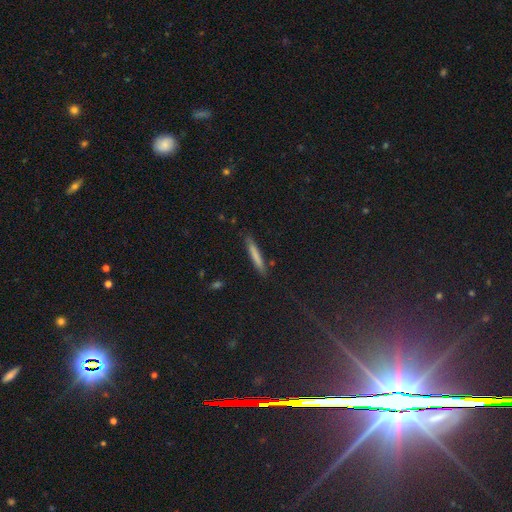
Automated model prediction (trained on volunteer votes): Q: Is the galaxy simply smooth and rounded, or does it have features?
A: smooth — 74%.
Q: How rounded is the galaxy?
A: cigar-shaped — 94%.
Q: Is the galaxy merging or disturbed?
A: none — 86%.